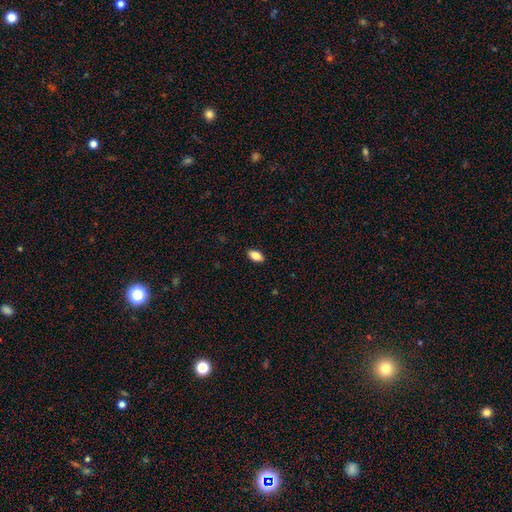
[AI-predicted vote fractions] A smooth galaxy with no disk features (82%) that is in between round and cigar-shaped (90%).

Vote fractions:
- Smooth or featured? smooth: 82% / featured or disk: 10% / star or artifact: 8%
- How rounded? in between: 90% / cigar-shaped: 5% / round: 5%
- Merging? none: 90% / minor disturbance: 8% / major disturbance: 2% / merger: 1%